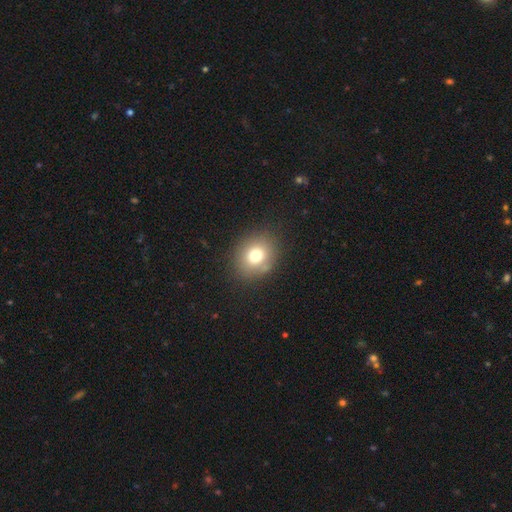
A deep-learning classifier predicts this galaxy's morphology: Smooth or featured? smooth (74%)
How rounded? round (69%)
Merging? none (83%)